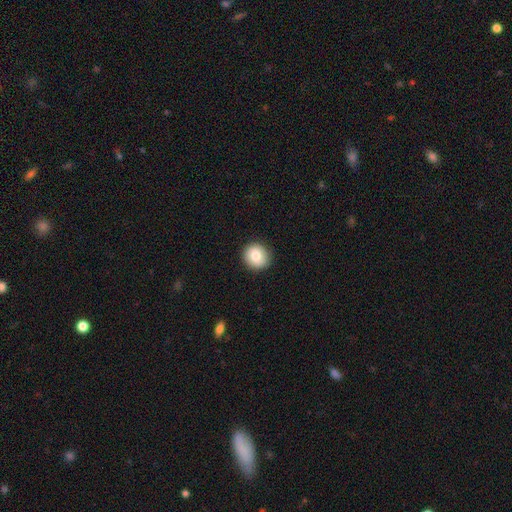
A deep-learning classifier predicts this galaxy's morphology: A smooth galaxy with no disk features (81%) that is round (90%). Merging: none (89%).